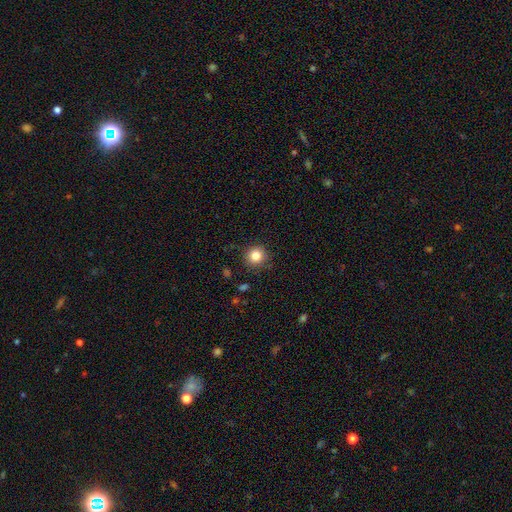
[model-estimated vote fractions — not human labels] smooth-or-featured: smooth: 83% | star or artifact: 11% | featured or disk: 6%
  how-rounded: round: 94% | in between: 5% | cigar-shaped: 1%
  merging: none: 89% | minor disturbance: 8% | major disturbance: 2% | merger: 1%